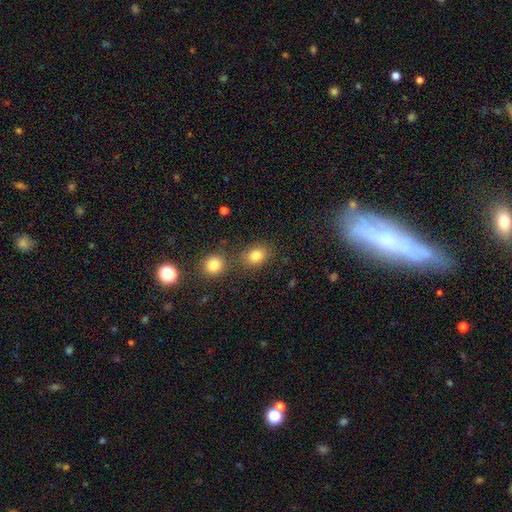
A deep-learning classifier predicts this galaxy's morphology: This is clearly a smooth galaxy (82%). How rounded: possibly in between (60%). Merging: likely none (72%).